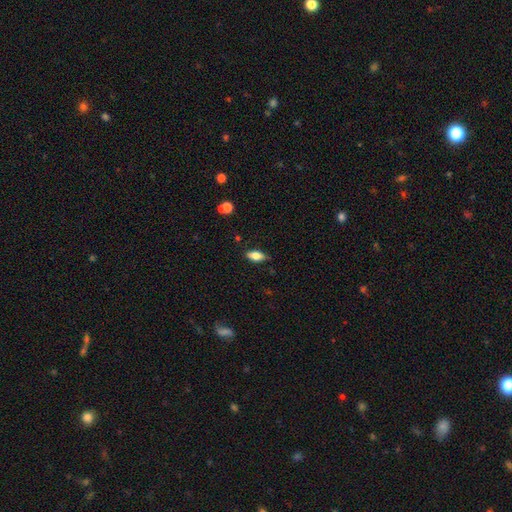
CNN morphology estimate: The model was most divided on "smooth or featured": smooth: 69%, featured or disk: 24%, star or artifact: 8%. More confident: how rounded — in between (82%); merging — none (80%).